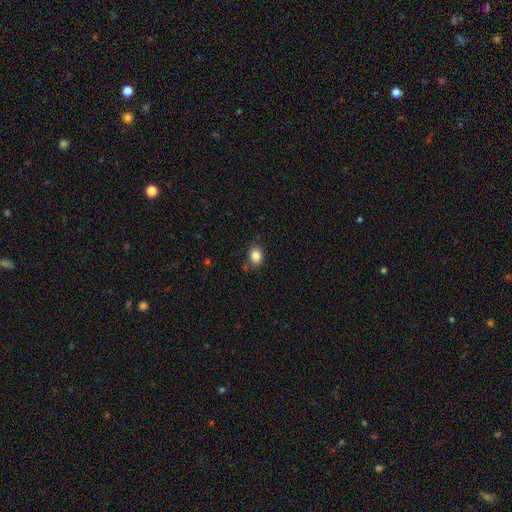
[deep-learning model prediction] This is clearly a smooth galaxy (85%). How rounded: possibly in between (54%). Merging: clearly none (83%).